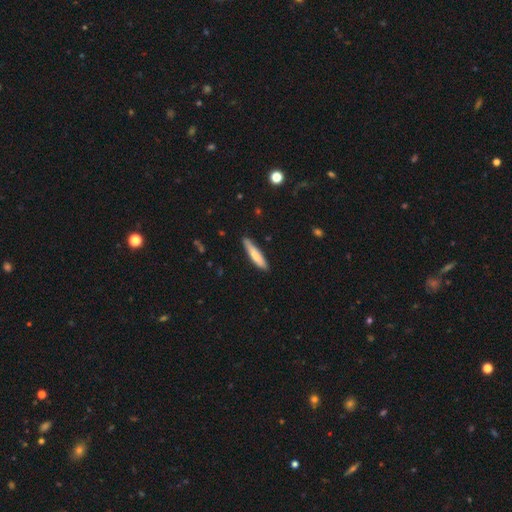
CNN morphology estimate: smooth_or_featured: smooth (p=0.73) [alt: featured or disk p=0.22]
how_rounded: cigar-shaped (p=0.85) [alt: in between p=0.13]
merging: none (p=0.85) [alt: minor disturbance p=0.12]